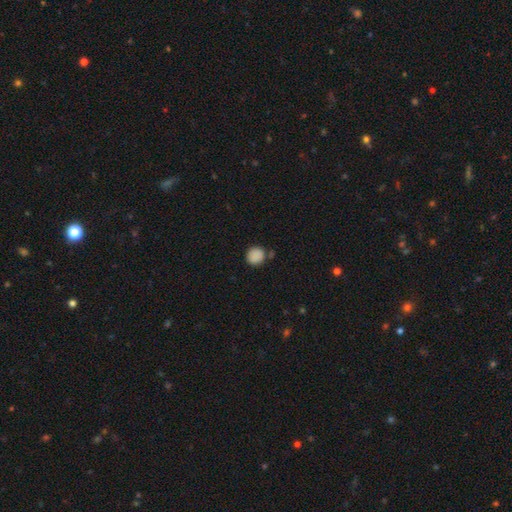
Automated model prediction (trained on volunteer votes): Morphology: type=smooth (87%); roundness=round (88%); merging=none (76%).